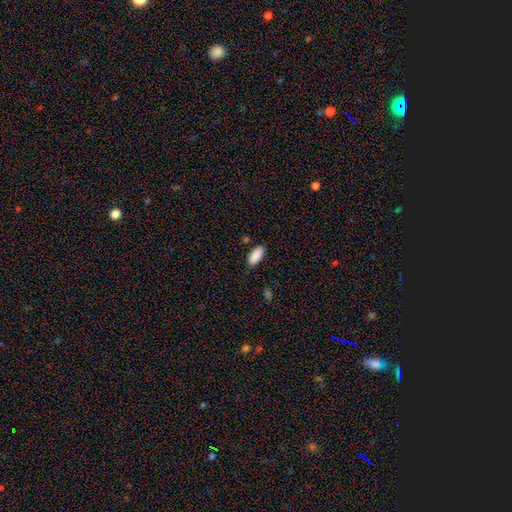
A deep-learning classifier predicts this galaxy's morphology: Smooth or featured: smooth — 90% (star or artifact — 6%)
How rounded: in between — 88% (cigar-shaped — 11%)
Merging: none — 86% (minor disturbance — 10%)